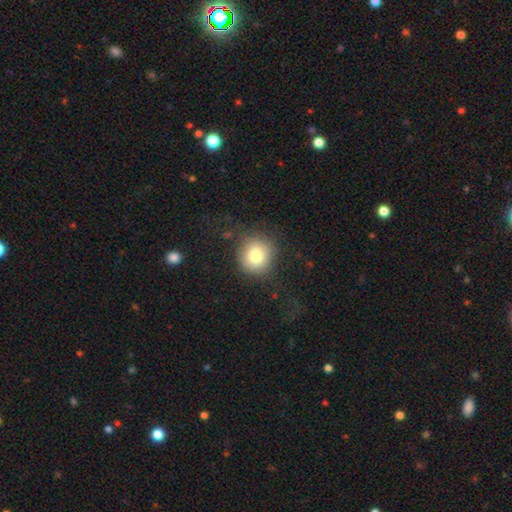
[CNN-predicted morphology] Overall: smooth (80%). How rounded: round (88%). Merging: none (78%).